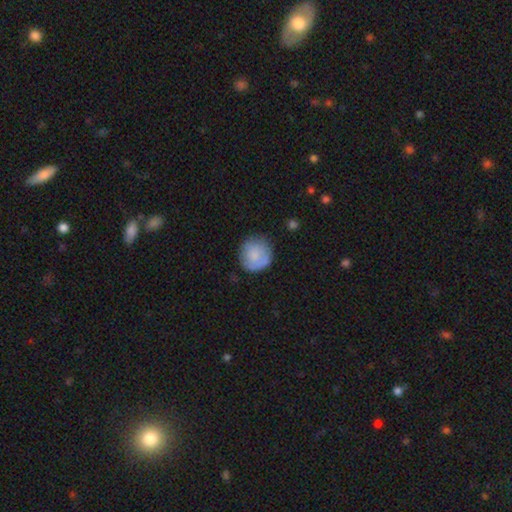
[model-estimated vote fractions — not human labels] A smooth galaxy with no disk features (80%) that is round (92%).

Vote fractions:
- Smooth or featured? smooth: 80% / featured or disk: 14% / star or artifact: 7%
- How rounded? round: 92% / in between: 7% / cigar-shaped: 1%
- Merging? none: 75% / minor disturbance: 19% / major disturbance: 5% / merger: 2%